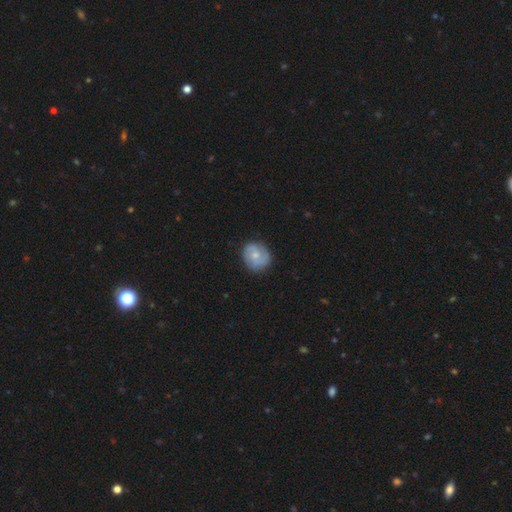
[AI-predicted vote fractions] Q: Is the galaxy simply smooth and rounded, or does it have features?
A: featured or disk — 58%.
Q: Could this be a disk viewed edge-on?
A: no — 98%.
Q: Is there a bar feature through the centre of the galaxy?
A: no — 69%.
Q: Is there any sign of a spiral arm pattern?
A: yes — 86%.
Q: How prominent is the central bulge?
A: moderate — 51%.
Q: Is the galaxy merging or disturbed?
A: none — 78%.